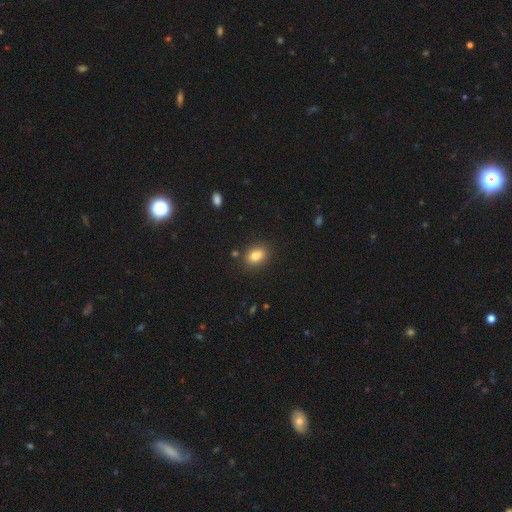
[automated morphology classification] smooth-or-featured: smooth: 83% | star or artifact: 10% | featured or disk: 7%
  how-rounded: in between: 74% | round: 25% | cigar-shaped: 1%
  merging: none: 85% | minor disturbance: 10% | merger: 3% | major disturbance: 3%